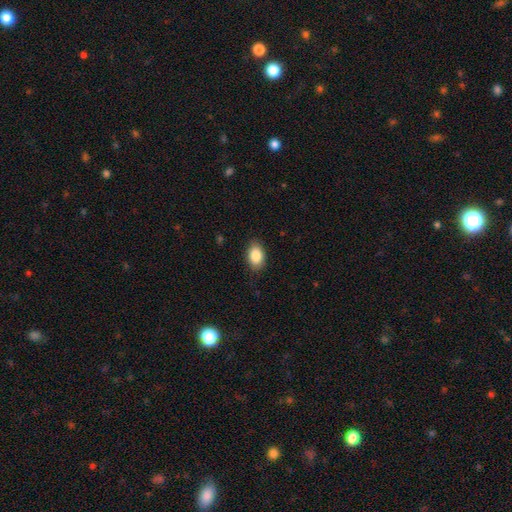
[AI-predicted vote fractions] A smooth galaxy with no disk features (87%) that is in between round and cigar-shaped (89%).

Vote fractions:
- Smooth or featured? smooth: 87% / star or artifact: 7% / featured or disk: 6%
- How rounded? in between: 89% / round: 9% / cigar-shaped: 1%
- Merging? none: 86% / minor disturbance: 11% / major disturbance: 2% / merger: 1%